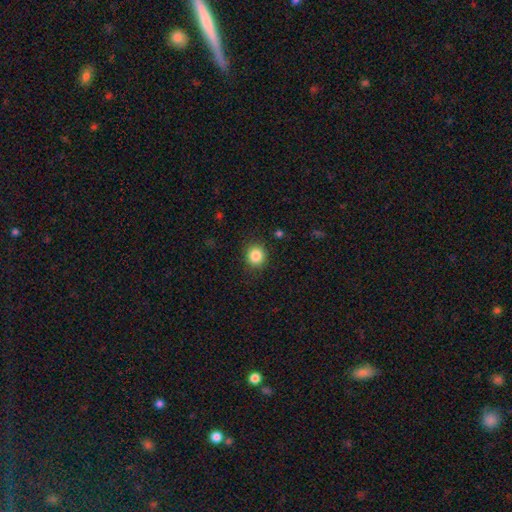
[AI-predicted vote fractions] Smooth or featured?
  - smooth: 86% *
  - star or artifact: 10%
  - featured or disk: 4%
How rounded?
  - round: 87% *
  - in between: 12%
  - cigar-shaped: 1%
Merging?
  - none: 88% *
  - minor disturbance: 8%
  - major disturbance: 3%
  - merger: 1%